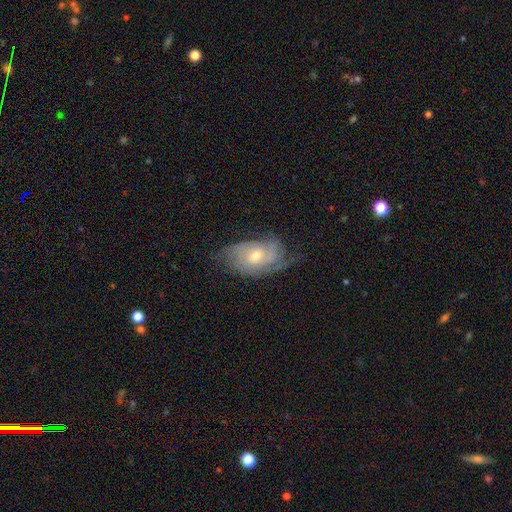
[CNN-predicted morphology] Smooth or featured? Predicted: featured or disk (p=0.71). Edge-on disk? Predicted: no (p=0.95). Bar? Predicted: no (p=0.70). Spiral arms? Predicted: yes (p=0.87). Spiral winding? Predicted: tight (p=0.50). Spiral arm count? Predicted: can't tell (p=0.41). Bulge size? Predicted: moderate (p=0.53). Merging? Predicted: none (p=0.59).